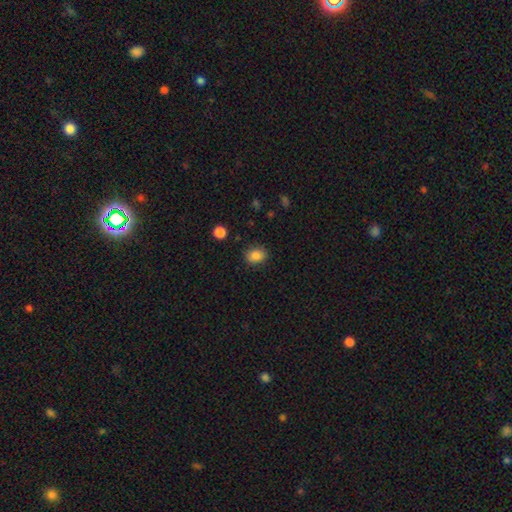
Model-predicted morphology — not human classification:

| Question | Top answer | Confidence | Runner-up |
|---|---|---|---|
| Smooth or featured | smooth | 85% | star or artifact (10%) |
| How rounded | in between | 50% | round (49%) |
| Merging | none | 86% | minor disturbance (10%) |